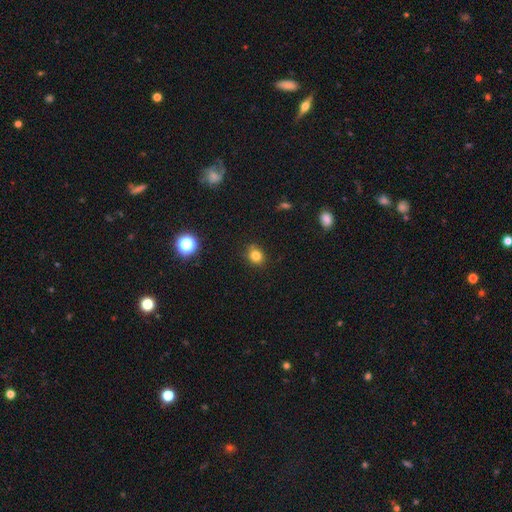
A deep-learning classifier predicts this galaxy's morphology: smooth 80%, star or artifact 14%, featured or disk 6%. Down the decision tree: how rounded — round (71%); merging — none (85%).